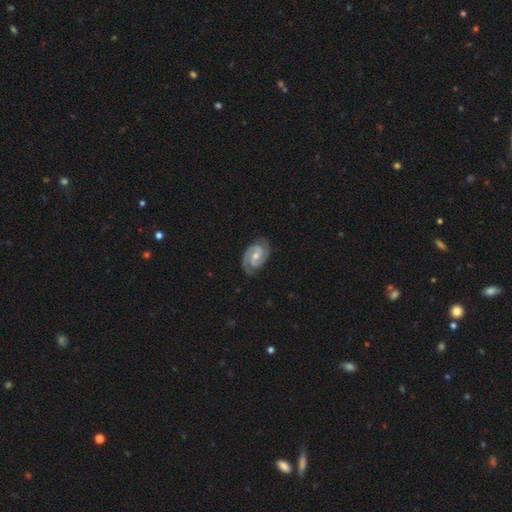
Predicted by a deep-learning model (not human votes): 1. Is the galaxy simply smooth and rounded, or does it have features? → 91% featured or disk, 5% smooth, 4% star or artifact.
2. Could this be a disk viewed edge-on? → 98% no, 2% yes.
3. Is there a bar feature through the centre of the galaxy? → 50% weak, 35% no, 16% strong.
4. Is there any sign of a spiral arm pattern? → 98% yes, 2% no.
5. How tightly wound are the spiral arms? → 55% tight, 39% medium, 6% loose.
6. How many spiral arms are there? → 93% 2, 2% can't tell, 2% 3, 1% 1, 1% 4, 1% more than 4.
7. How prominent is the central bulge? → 64% moderate, 29% small, 3% none, 3% large, 1% dominant.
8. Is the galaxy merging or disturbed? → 83% none, 13% minor disturbance, 3% major disturbance, 1% merger.